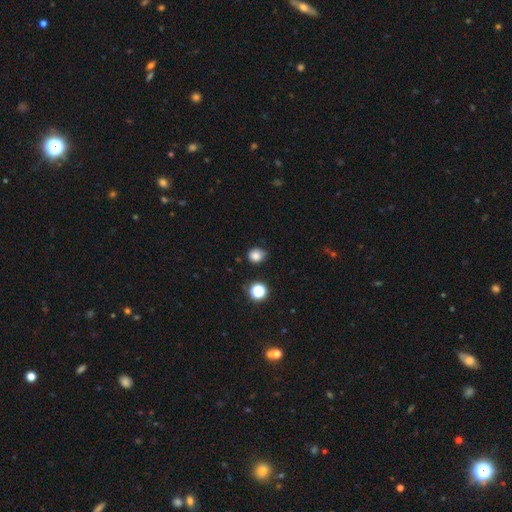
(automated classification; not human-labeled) Smooth or featured? Predicted: smooth (p=0.82). How rounded? Predicted: round (p=0.71). Merging? Predicted: none (p=0.76).